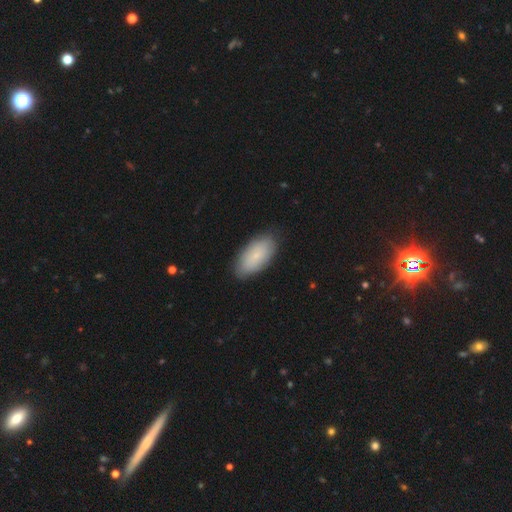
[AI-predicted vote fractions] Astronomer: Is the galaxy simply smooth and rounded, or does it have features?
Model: smooth — 78%.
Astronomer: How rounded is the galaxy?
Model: in between — 93%.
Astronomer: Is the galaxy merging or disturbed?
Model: none — 84%.